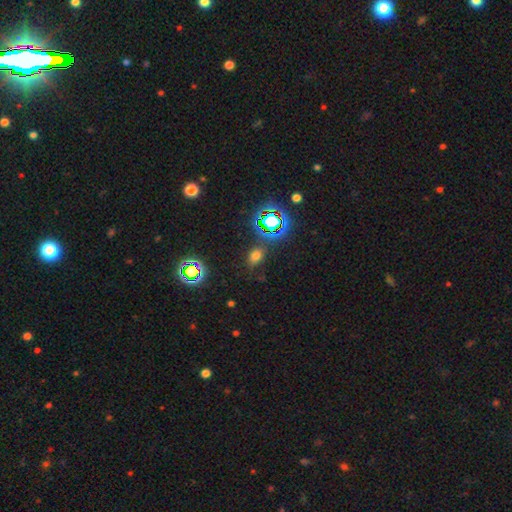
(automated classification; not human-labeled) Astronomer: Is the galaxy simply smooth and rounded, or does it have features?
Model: smooth — 61%.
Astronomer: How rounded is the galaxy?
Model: in between — 71%.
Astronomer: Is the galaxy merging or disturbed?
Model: none — 80%.